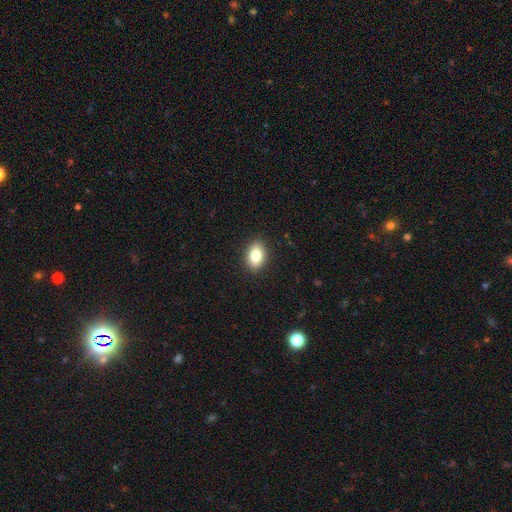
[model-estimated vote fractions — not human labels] Smooth or featured?
  - smooth: 82% *
  - featured or disk: 10%
  - star or artifact: 8%
How rounded?
  - in between: 86% *
  - round: 13%
  - cigar-shaped: 2%
Merging?
  - none: 90% *
  - minor disturbance: 7%
  - major disturbance: 2%
  - merger: 1%